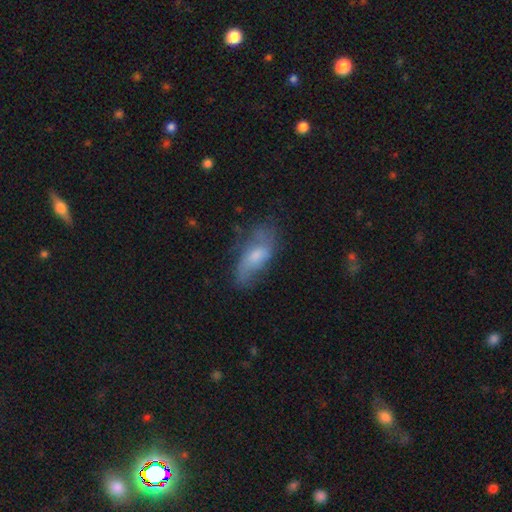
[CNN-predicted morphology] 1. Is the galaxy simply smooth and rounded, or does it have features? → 47% smooth, 45% featured or disk, 8% star or artifact.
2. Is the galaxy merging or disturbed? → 53% none, 28% minor disturbance, 16% major disturbance, 3% merger.